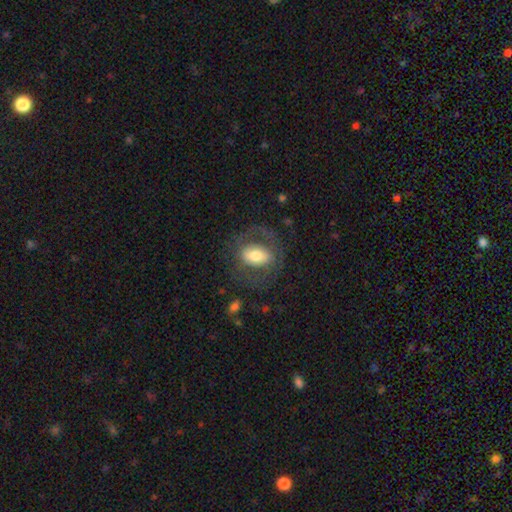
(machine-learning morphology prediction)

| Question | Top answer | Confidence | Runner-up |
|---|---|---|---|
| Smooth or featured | featured or disk | 50% | smooth (43%) |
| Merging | none | 64% | major disturbance (18%) |